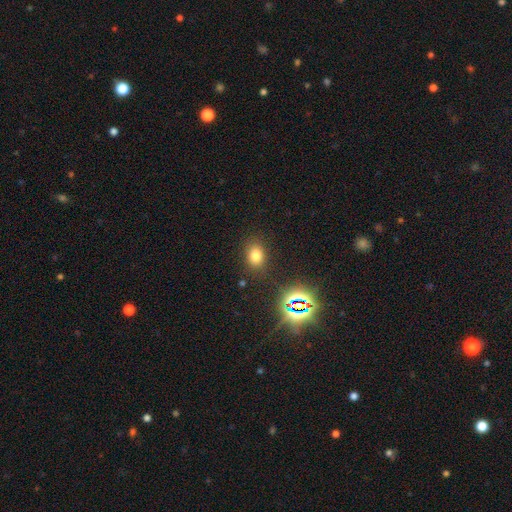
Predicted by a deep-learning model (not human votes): Smooth or featured: smooth — 72% (star or artifact — 20%)
How rounded: in between — 62% (round — 37%)
Merging: none — 84% (minor disturbance — 10%)